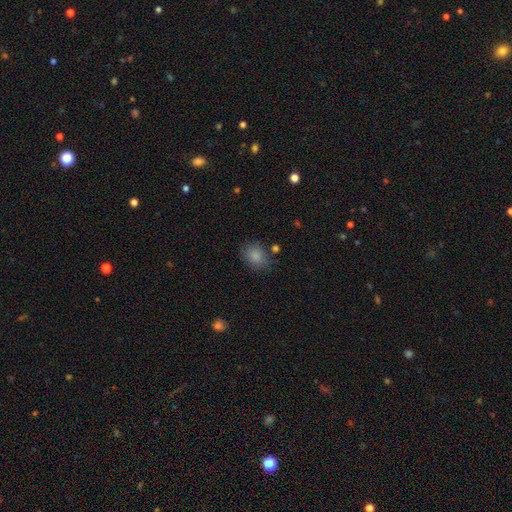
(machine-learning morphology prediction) The model was most divided on "how rounded": in between: 59%, round: 40%, cigar-shaped: 1%. More confident: smooth or featured — smooth (86%); merging — none (75%).